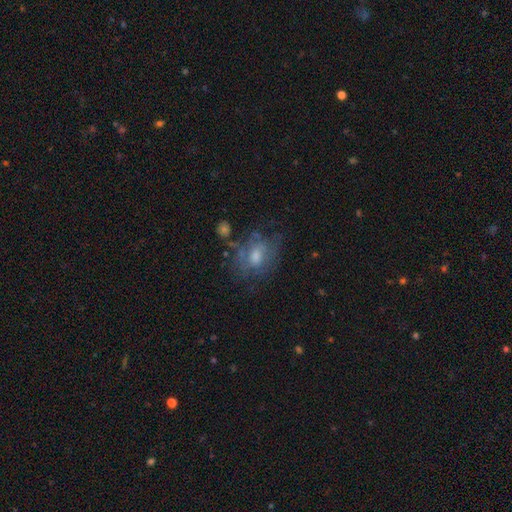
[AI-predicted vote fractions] This appears to be a featured or disk galaxy (50%). Merging: none (54%).